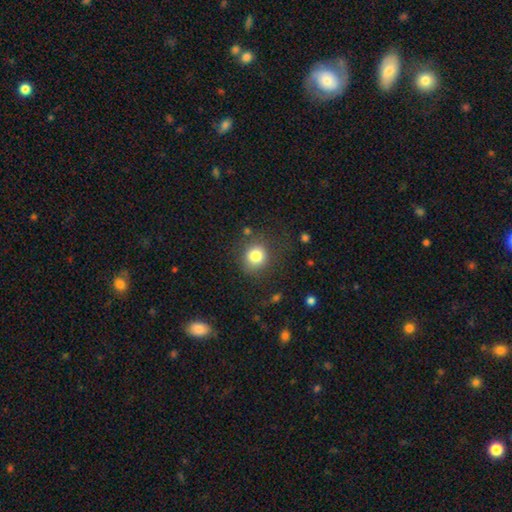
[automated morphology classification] A smooth galaxy with no disk features (81%) that is round (84%).

Vote fractions:
- Smooth or featured? smooth: 81% / star or artifact: 11% / featured or disk: 8%
- How rounded? round: 84% / in between: 15% / cigar-shaped: 1%
- Merging? none: 78% / minor disturbance: 13% / major disturbance: 6% / merger: 2%